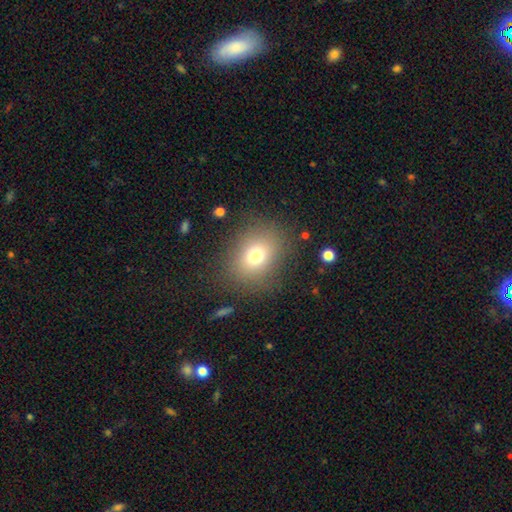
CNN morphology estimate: Smooth or featured?
  - smooth: 73% *
  - star or artifact: 15%
  - featured or disk: 12%
How rounded?
  - round: 59% *
  - in between: 40%
  - cigar-shaped: 1%
Merging?
  - none: 82% *
  - minor disturbance: 10%
  - major disturbance: 6%
  - merger: 2%